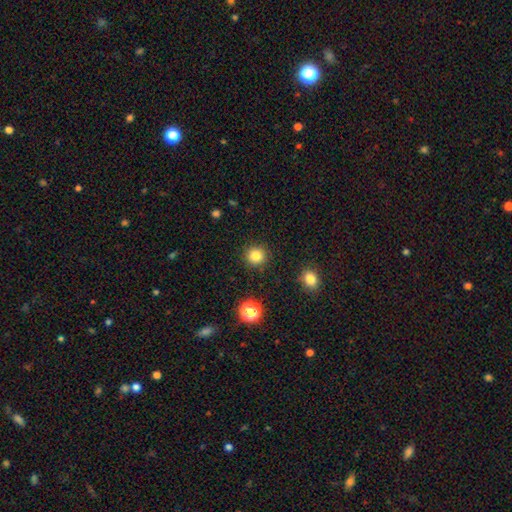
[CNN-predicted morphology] Smooth or featured? smooth (84%)
How rounded? round (93%)
Merging? none (90%)